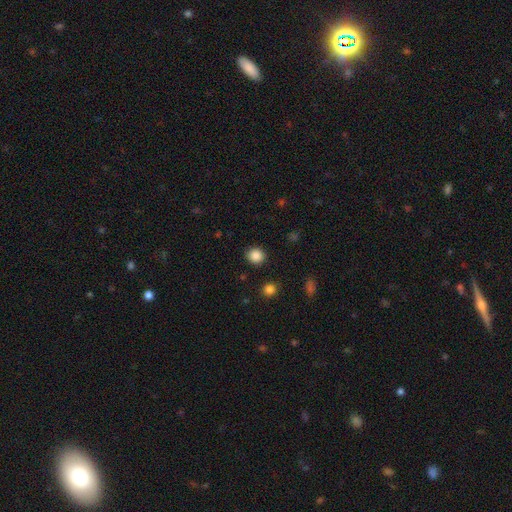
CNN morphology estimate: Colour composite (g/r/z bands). It shows a smooth galaxy with no disk features (87%) that is round (86%). Merging: none (91%).